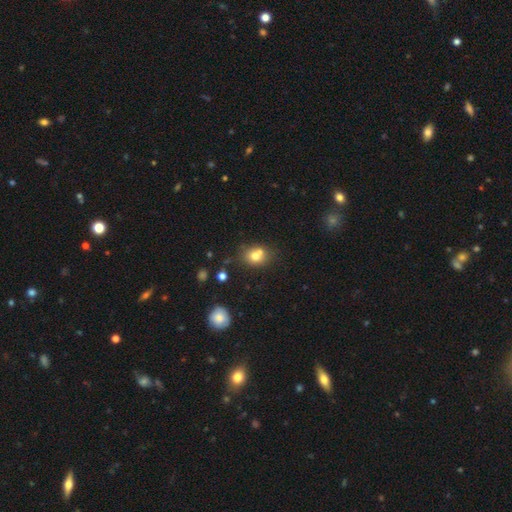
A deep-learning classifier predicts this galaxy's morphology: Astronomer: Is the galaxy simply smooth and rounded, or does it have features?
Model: smooth — 72%.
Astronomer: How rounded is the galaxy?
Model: round — 60% (runner-up: in between, 39%).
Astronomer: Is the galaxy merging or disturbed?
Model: none — 46% (runner-up: merger, 37%).